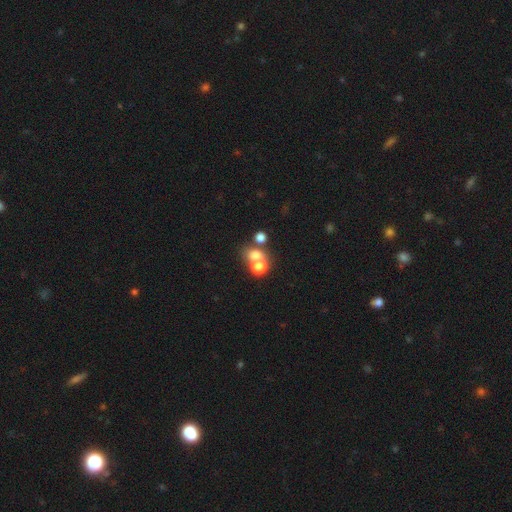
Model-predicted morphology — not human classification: This appears to be a smooth galaxy with no disk features (70%) that is round (67%). Merging: merger (52%).